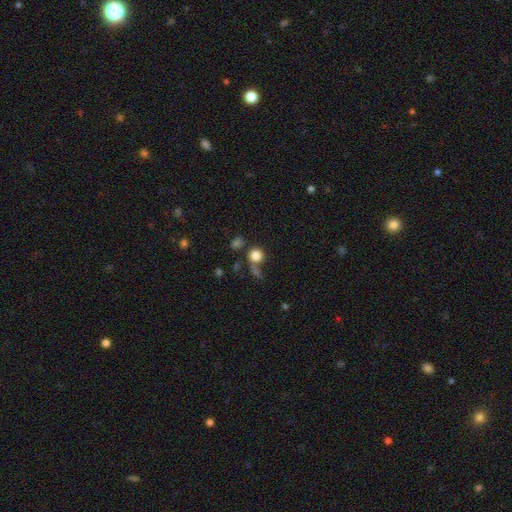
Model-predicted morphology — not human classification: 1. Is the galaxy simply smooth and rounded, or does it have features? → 82% smooth, 11% star or artifact, 7% featured or disk.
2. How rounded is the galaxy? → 89% round, 10% in between, 1% cigar-shaped.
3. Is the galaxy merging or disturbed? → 56% none, 21% merger, 13% minor disturbance, 9% major disturbance.